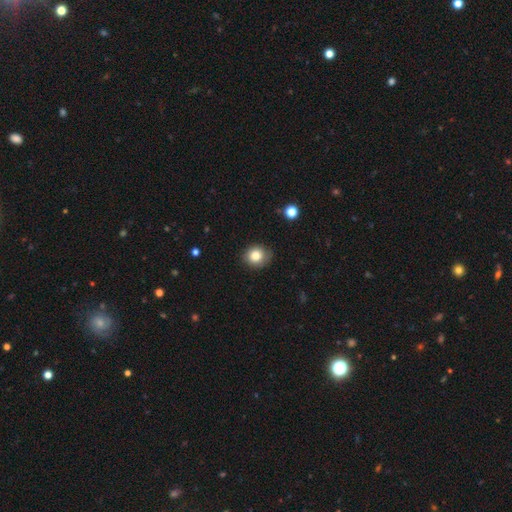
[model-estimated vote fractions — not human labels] The model was most divided on "how rounded": round: 74%, in between: 25%, cigar-shaped: 1%. More confident: smooth or featured — smooth (82%); merging — none (79%).